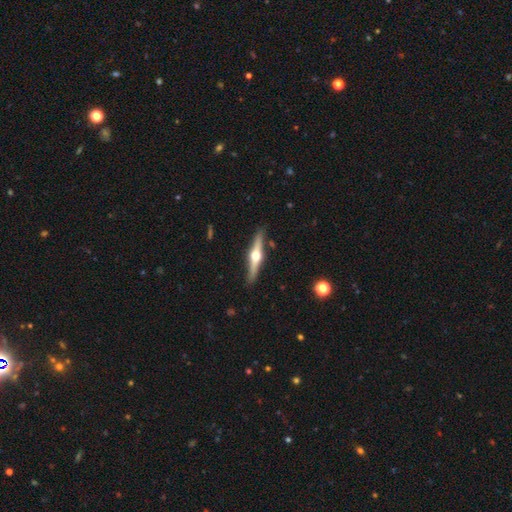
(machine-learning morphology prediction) Smooth or featured? featured or disk (76%)
Edge-on disk? yes (98%)
Edge-on bulge? rounded (96%)
Merging? none (90%)